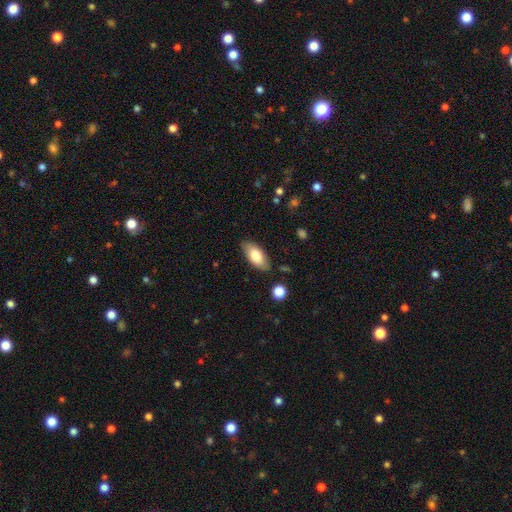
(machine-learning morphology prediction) Smooth or featured? Predicted: smooth (p=0.79). How rounded? Predicted: in between (p=0.89). Merging? Predicted: none (p=0.84).